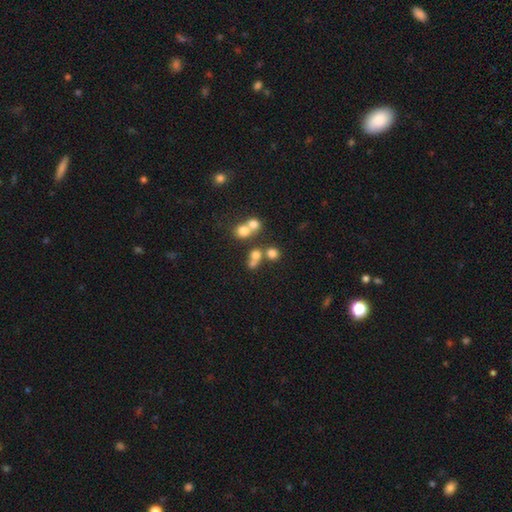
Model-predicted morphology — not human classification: This appears to be a smooth galaxy with no disk features (65%) that is round (74%). Merging: none (43%).